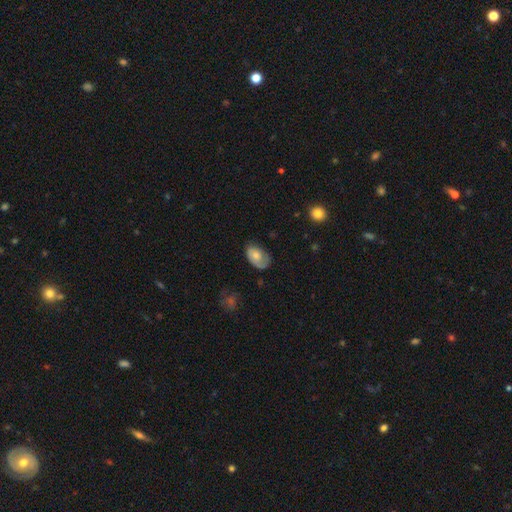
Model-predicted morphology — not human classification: This is possibly a smooth galaxy (58%). How rounded: clearly in between (89%). Merging: possibly none (56%).